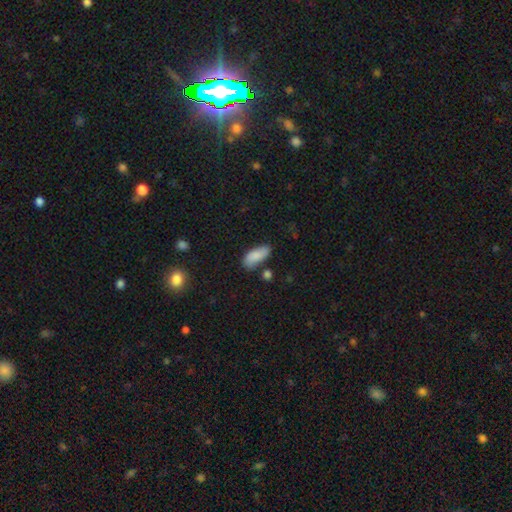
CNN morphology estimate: Q: Smooth or featured?
A: smooth (83%); runner-up: featured or disk (10%)
Q: How rounded?
A: in between (87%); runner-up: cigar-shaped (11%)
Q: Merging?
A: none (66%); runner-up: minor disturbance (22%)